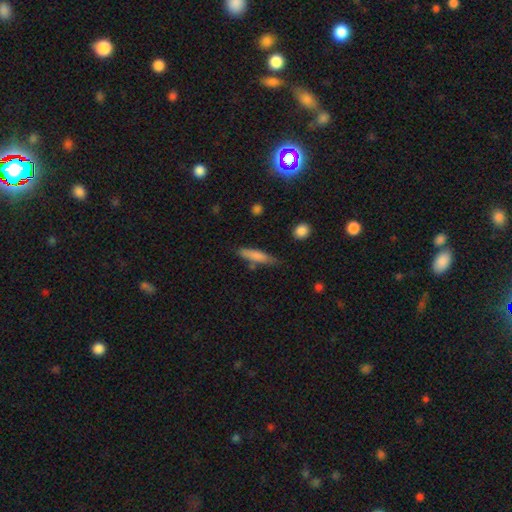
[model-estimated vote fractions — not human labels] A smooth galaxy with no disk features (78%) that is cigar-shaped (78%).

Vote fractions:
- Smooth or featured? smooth: 78% / featured or disk: 15% / star or artifact: 7%
- How rounded? cigar-shaped: 78% / in between: 20% / round: 2%
- Merging? none: 70% / minor disturbance: 20% / merger: 6% / major disturbance: 4%